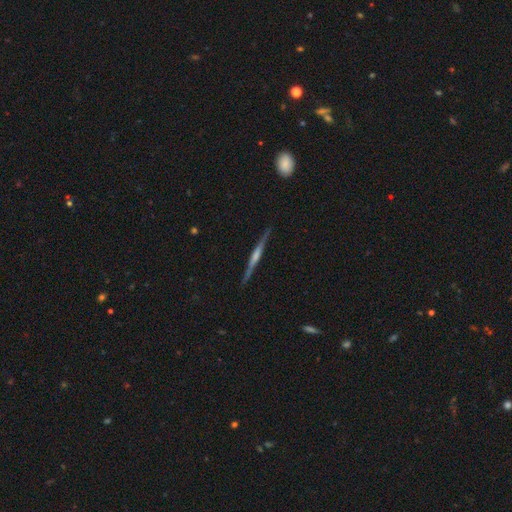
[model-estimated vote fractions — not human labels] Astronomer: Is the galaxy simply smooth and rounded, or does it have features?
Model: featured or disk — 77%.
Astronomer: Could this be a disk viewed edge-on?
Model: yes — 98%.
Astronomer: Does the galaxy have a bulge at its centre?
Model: rounded — 75%.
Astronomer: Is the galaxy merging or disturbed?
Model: none — 89%.